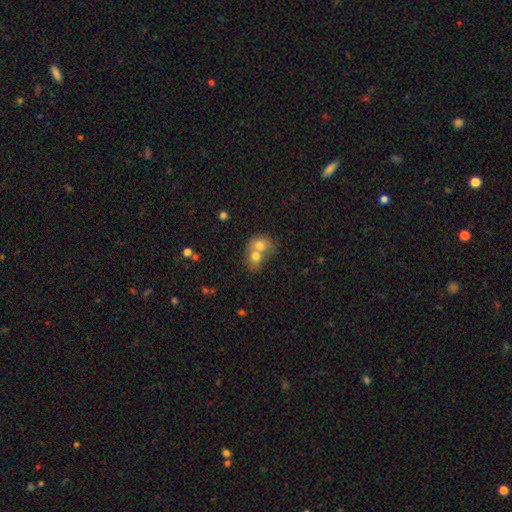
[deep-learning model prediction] smooth 69%, featured or disk 22%, star or artifact 9%. Down the decision tree: how rounded — round (54%); merging — merger (74%).